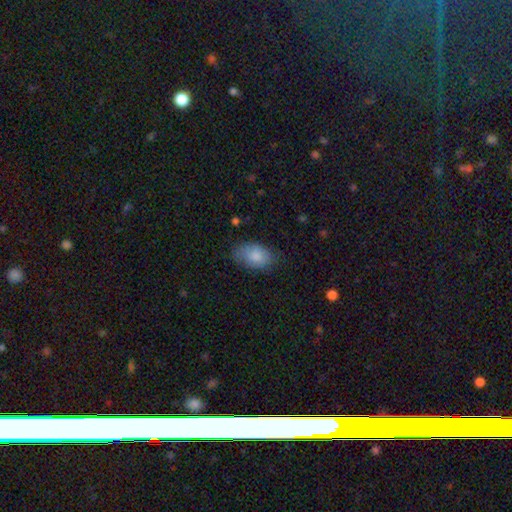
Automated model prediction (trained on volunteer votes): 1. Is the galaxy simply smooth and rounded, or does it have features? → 84% smooth, 10% featured or disk, 7% star or artifact.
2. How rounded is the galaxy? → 90% in between, 8% round, 1% cigar-shaped.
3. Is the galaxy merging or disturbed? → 66% none, 25% minor disturbance, 7% major disturbance, 2% merger.